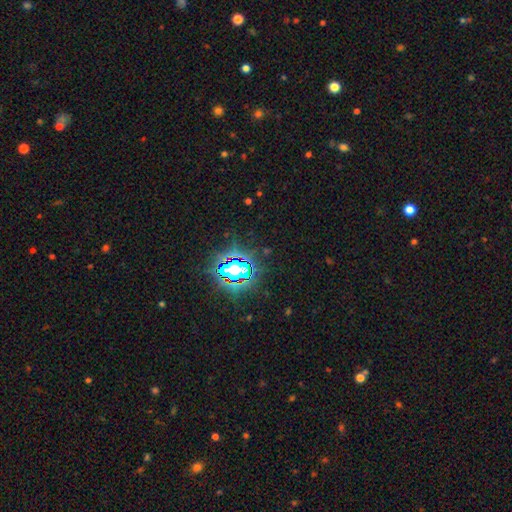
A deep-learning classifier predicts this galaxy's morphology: Smooth or featured?
  - star or artifact: 84% *
  - smooth: 9%
  - featured or disk: 7%